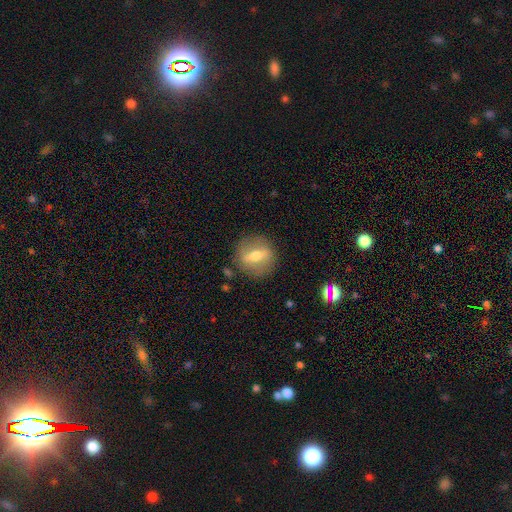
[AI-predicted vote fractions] Overall: featured or disk (53%; smooth 39%). Edge-on disk: no (70%; yes 30%). Merging: none (85%).